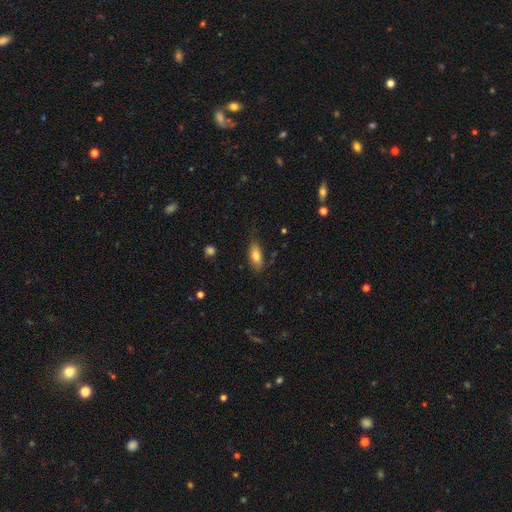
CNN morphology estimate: smooth-or-featured: smooth: 77% | featured or disk: 15% | star or artifact: 7%
  how-rounded: in between: 85% | cigar-shaped: 12% | round: 3%
  merging: none: 71% | minor disturbance: 22% | major disturbance: 5% | merger: 2%